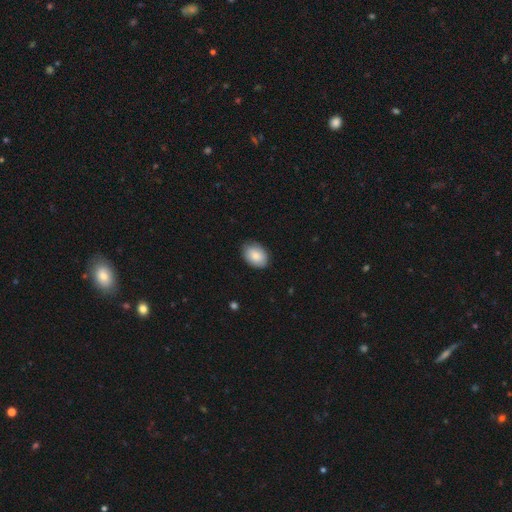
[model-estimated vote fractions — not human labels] Overall: smooth (84%). How rounded: in between (81%). Merging: none (84%).